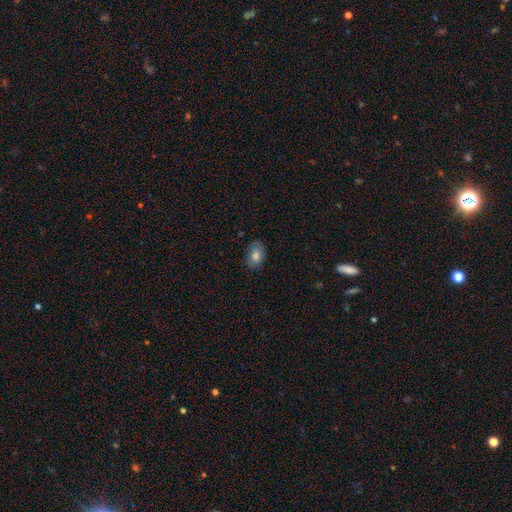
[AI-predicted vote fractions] A smooth galaxy with no disk features (80%) that is in between round and cigar-shaped (83%). Merging: none (76%).